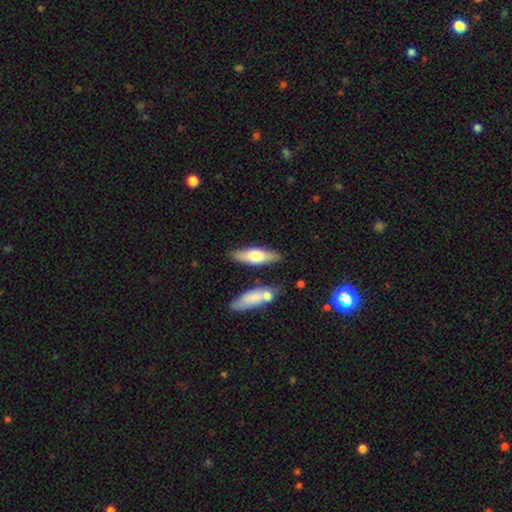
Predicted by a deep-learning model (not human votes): Morphology: type=smooth (60%); roundness=cigar-shaped (49%); merging=none (80%).